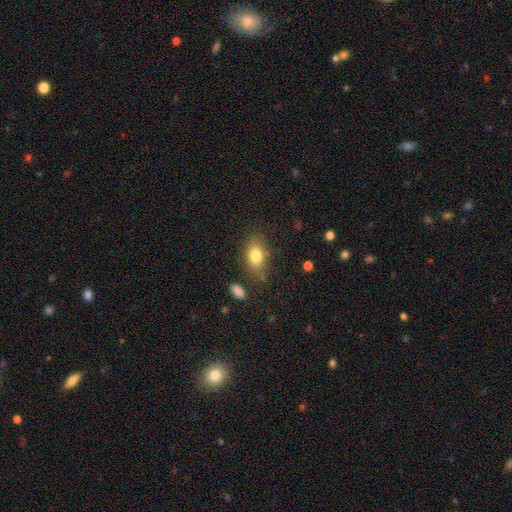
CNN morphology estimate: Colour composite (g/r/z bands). It shows a smooth galaxy with no disk features (80%) that is in between round and cigar-shaped (85%). Merging: none (76%).